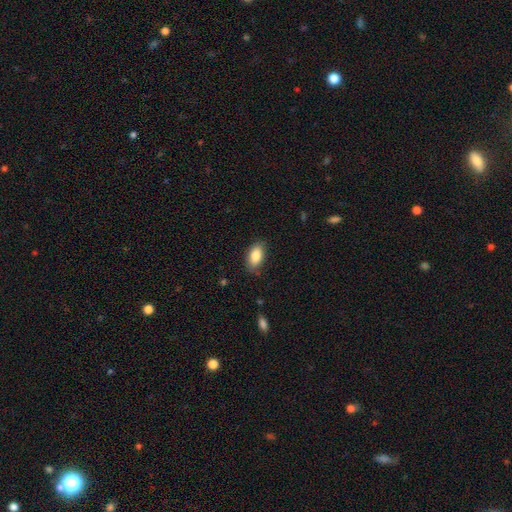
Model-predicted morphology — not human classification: Overall: smooth (85%). How rounded: in between (92%). Merging: none (82%).